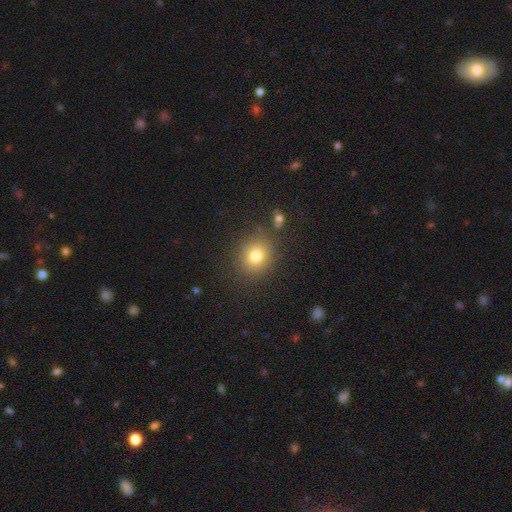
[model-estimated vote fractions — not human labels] smooth_or_featured: smooth (p=0.78) [alt: star or artifact p=0.13]
how_rounded: round (p=0.80) [alt: in between p=0.20]
merging: none (p=0.85) [alt: minor disturbance p=0.09]